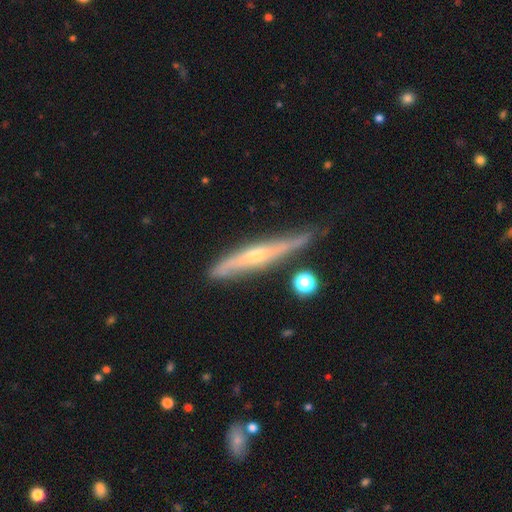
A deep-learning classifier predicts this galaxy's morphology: Smooth or featured?
  - featured or disk: 72% *
  - smooth: 21%
  - star or artifact: 6%
Edge-on disk?
  - yes: 87% *
  - no: 13%
Edge-on bulge?
  - rounded: 73% *
  - none: 23%
  - boxy: 5%
Merging?
  - none: 66% *
  - minor disturbance: 25%
  - major disturbance: 5%
  - merger: 4%